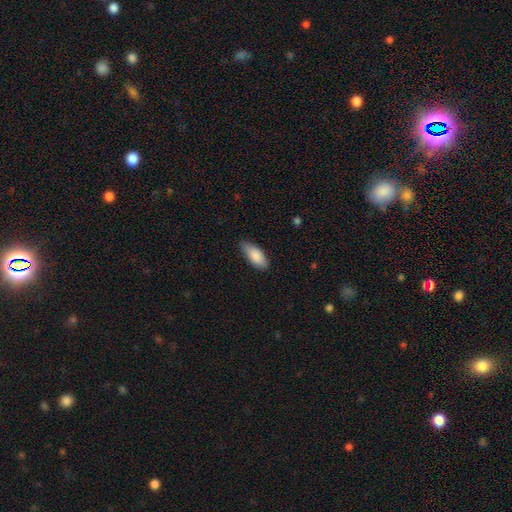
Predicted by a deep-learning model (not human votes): Smooth or featured: smooth — 87% (featured or disk — 7%)
How rounded: in between — 83% (cigar-shaped — 15%)
Merging: none — 76% (minor disturbance — 20%)